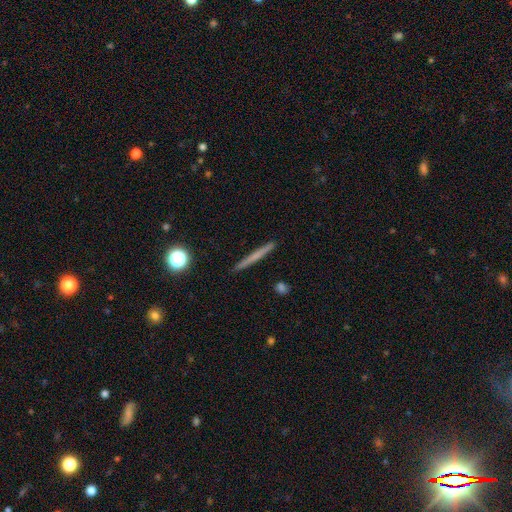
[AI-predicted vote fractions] smooth_or_featured: smooth (p=0.51) [alt: featured or disk p=0.41]
how_rounded: cigar-shaped (p=0.95) [alt: round p=0.03]
merging: none (p=0.92) [alt: minor disturbance p=0.06]